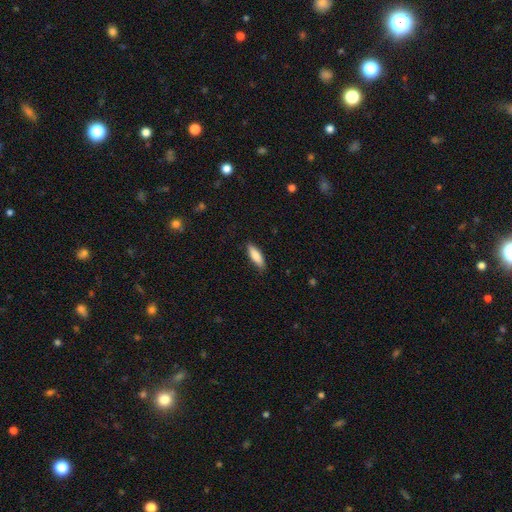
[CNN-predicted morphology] Smooth or featured? smooth (83%)
How rounded? in between (52%)
Merging? none (85%)